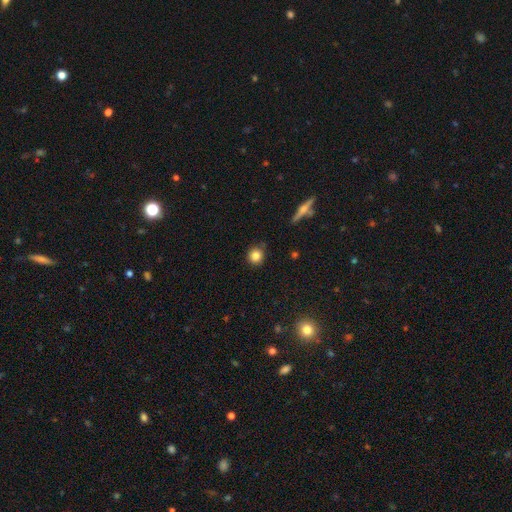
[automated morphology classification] smooth_or_featured: smooth (p=0.83) [alt: star or artifact p=0.10]
how_rounded: round (p=0.91) [alt: in between p=0.08]
merging: none (p=0.84) [alt: minor disturbance p=0.12]